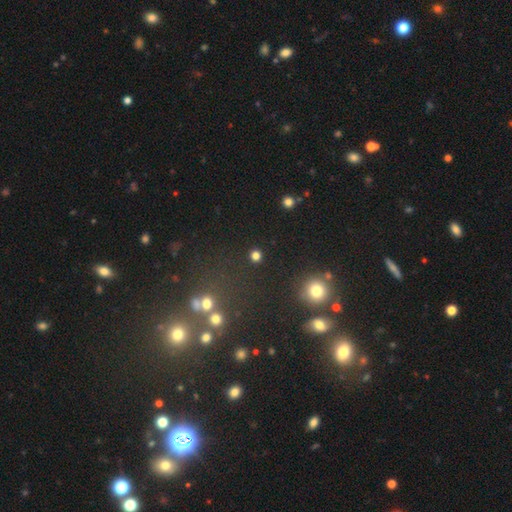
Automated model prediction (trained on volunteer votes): Smooth or featured? smooth (77%)
How rounded? round (91%)
Merging? none (90%)